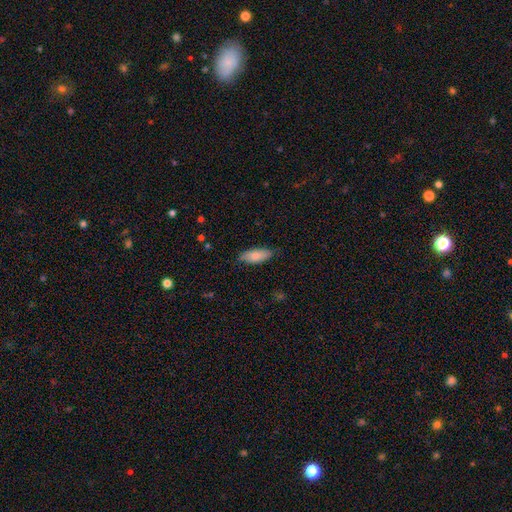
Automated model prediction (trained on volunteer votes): Q: Smooth or featured?
A: smooth (85%); runner-up: featured or disk (9%)
Q: How rounded?
A: in between (78%); runner-up: cigar-shaped (21%)
Q: Merging?
A: none (78%); runner-up: minor disturbance (18%)